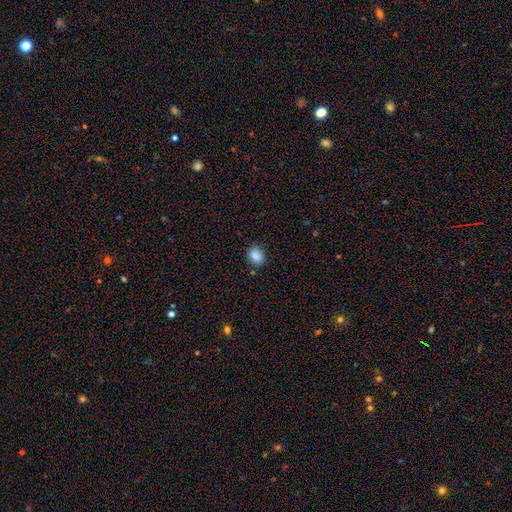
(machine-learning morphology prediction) The model was most divided on "how rounded": in between: 57%, round: 42%, cigar-shaped: 1%. More confident: smooth or featured — smooth (86%); merging — none (80%).